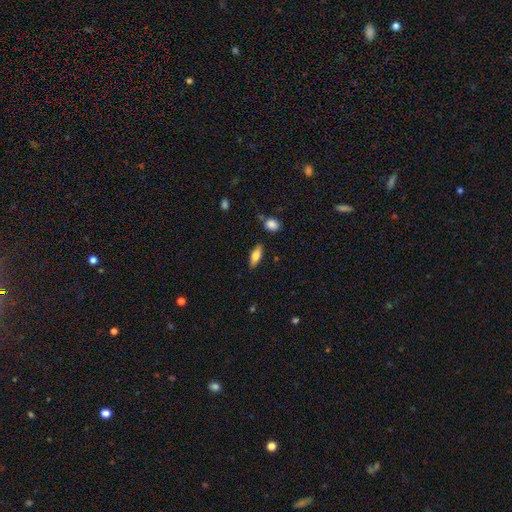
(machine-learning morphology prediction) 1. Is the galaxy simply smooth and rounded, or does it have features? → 69% smooth, 24% featured or disk, 7% star or artifact.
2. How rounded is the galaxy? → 72% in between, 25% cigar-shaped, 3% round.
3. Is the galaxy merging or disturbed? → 83% none, 12% minor disturbance, 3% major disturbance, 2% merger.